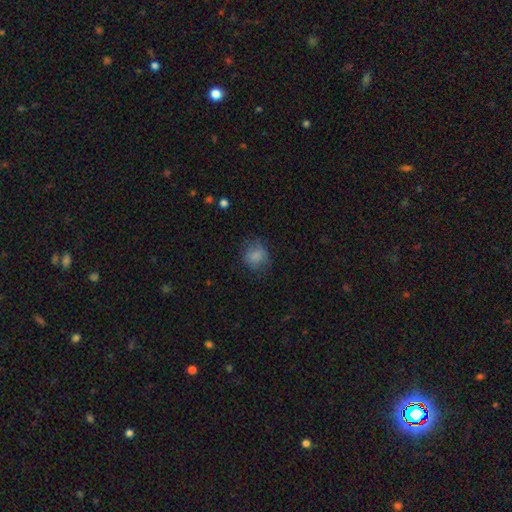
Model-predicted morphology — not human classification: Q: Smooth or featured?
A: smooth (81%); runner-up: star or artifact (10%)
Q: How rounded?
A: round (72%); runner-up: in between (27%)
Q: Merging?
A: none (67%); runner-up: minor disturbance (22%)